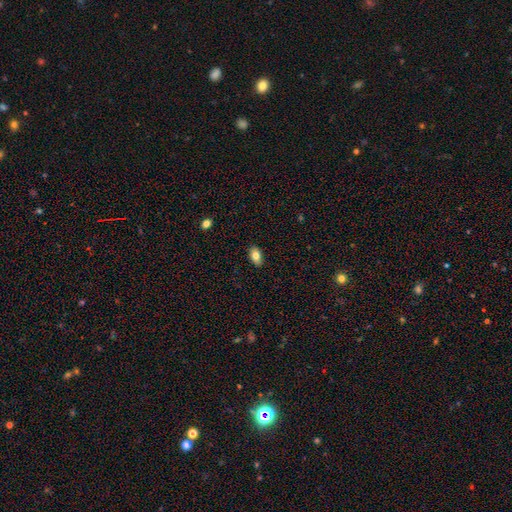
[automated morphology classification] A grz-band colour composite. It shows a smooth galaxy with no disk features (79%) that is in between round and cigar-shaped (90%). Merging: none (87%).